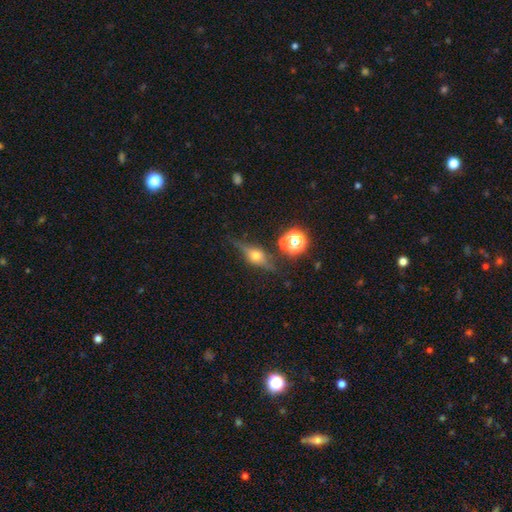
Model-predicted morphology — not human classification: A featured or disk galaxy (60%) viewed edge-on (88%) with a rounded central bulge (94%). Merging: none (76%).